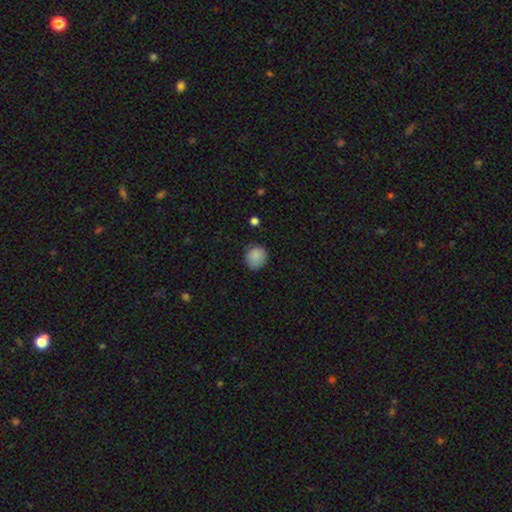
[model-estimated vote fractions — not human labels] This is clearly a smooth galaxy (87%). How rounded: clearly round (86%). Merging: clearly none (82%).